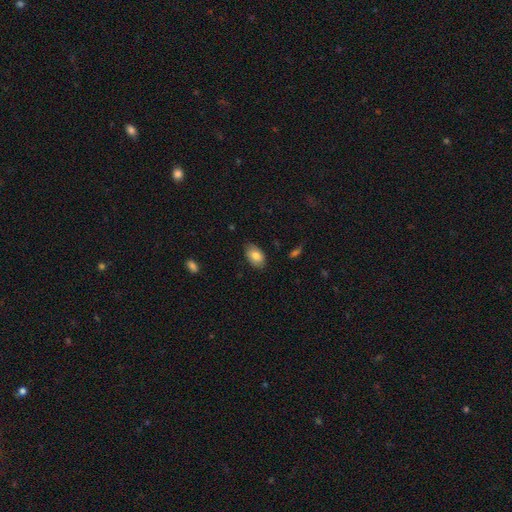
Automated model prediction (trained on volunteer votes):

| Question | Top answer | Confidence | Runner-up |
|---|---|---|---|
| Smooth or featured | smooth | 82% | featured or disk (11%) |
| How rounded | in between | 91% | round (7%) |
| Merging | none | 84% | minor disturbance (13%) |